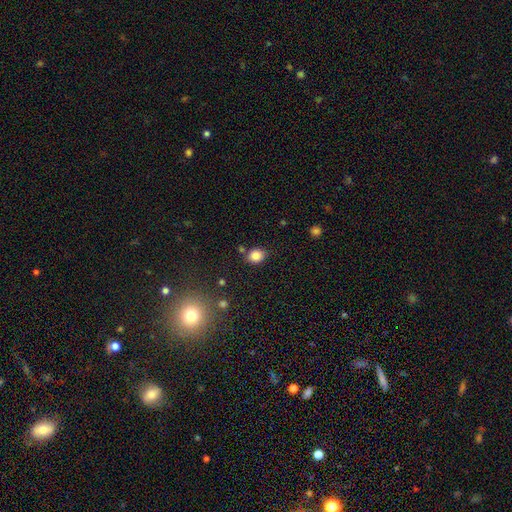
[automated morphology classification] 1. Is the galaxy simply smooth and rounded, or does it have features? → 84% smooth, 11% star or artifact, 5% featured or disk.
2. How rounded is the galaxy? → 56% round, 43% in between, 1% cigar-shaped.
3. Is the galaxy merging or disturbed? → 77% none, 14% minor disturbance, 7% merger, 3% major disturbance.